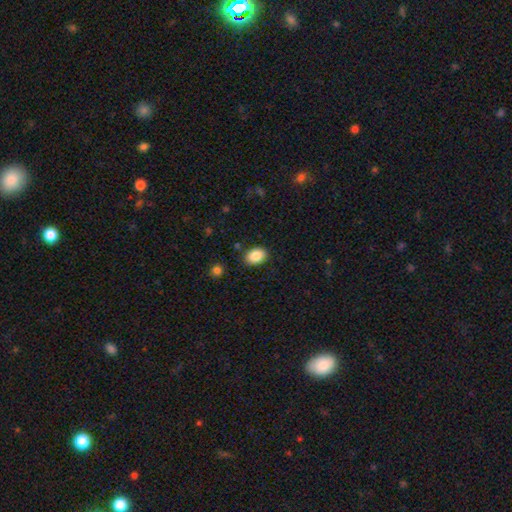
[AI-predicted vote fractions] Q: Smooth or featured?
A: smooth (87%); runner-up: star or artifact (8%)
Q: How rounded?
A: in between (78%); runner-up: round (21%)
Q: Merging?
A: none (85%); runner-up: minor disturbance (11%)